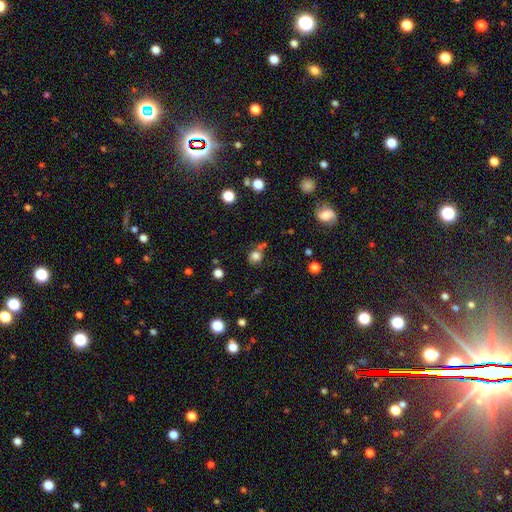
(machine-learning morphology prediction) Smooth or featured: smooth — 78% (star or artifact — 14%)
How rounded: round — 75% (in between — 24%)
Merging: none — 58% (merger — 18%)